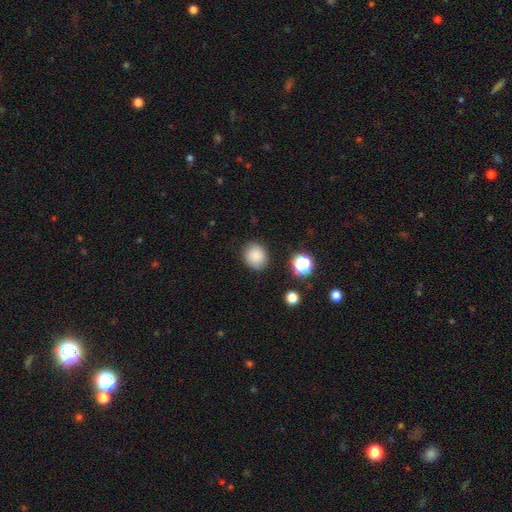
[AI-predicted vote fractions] Smooth or featured? smooth (84%)
How rounded? round (79%)
Merging? none (86%)